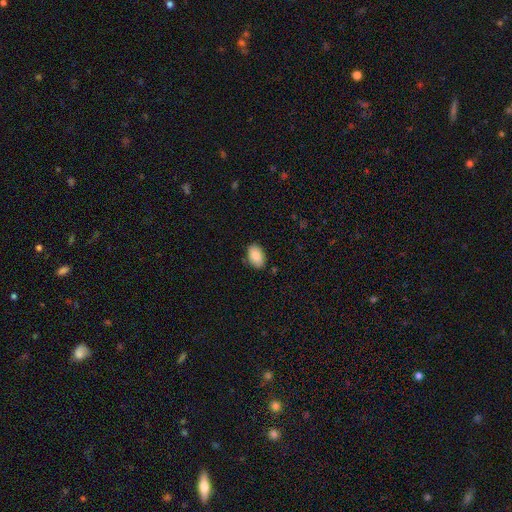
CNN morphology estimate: Smooth or featured?
  - smooth: 86% *
  - featured or disk: 7%
  - star or artifact: 7%
How rounded?
  - in between: 91% *
  - round: 8%
  - cigar-shaped: 1%
Merging?
  - none: 84% *
  - minor disturbance: 12%
  - major disturbance: 2%
  - merger: 2%